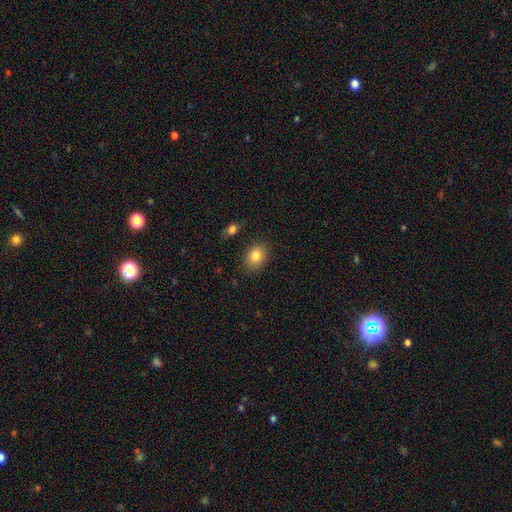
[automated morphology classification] This appears to be a smooth galaxy with no disk features (83%) that is in between round and cigar-shaped (63%). Merging: none (84%).